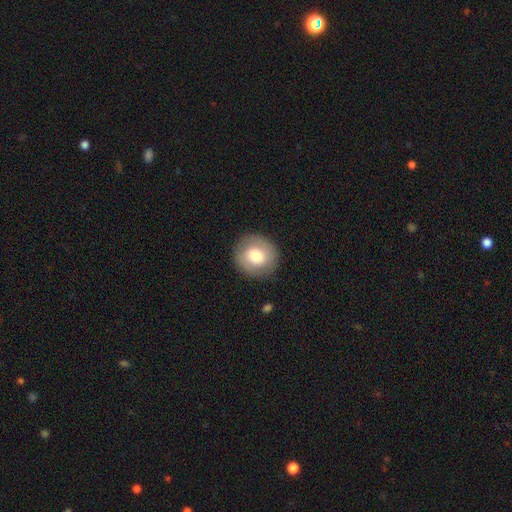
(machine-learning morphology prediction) Smooth or featured? Predicted: smooth (p=0.72). How rounded? Predicted: round (p=0.84). Merging? Predicted: none (p=0.88).